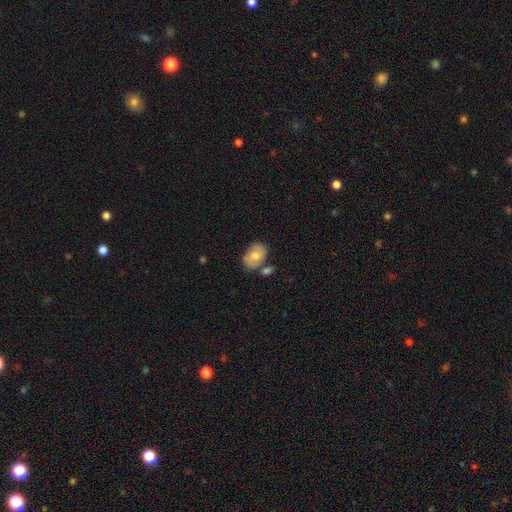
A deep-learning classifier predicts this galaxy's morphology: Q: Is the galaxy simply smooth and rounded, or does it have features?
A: smooth — 67%.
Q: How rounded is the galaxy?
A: in between — 78%.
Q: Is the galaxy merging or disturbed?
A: none — 58%.